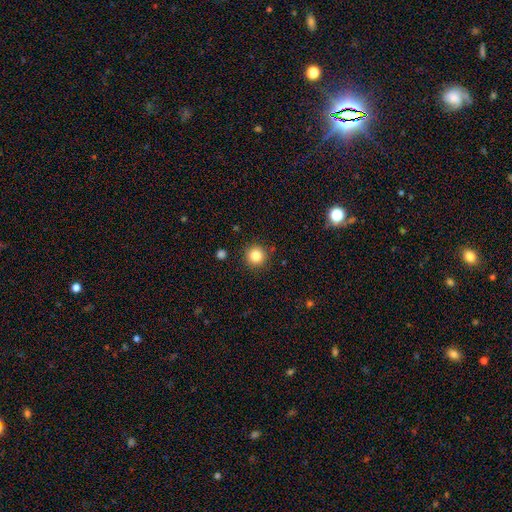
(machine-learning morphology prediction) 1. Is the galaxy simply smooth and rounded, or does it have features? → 84% smooth, 11% star or artifact, 5% featured or disk.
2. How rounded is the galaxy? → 95% round, 4% in between, 1% cigar-shaped.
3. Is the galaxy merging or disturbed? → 90% none, 6% minor disturbance, 2% major disturbance, 2% merger.